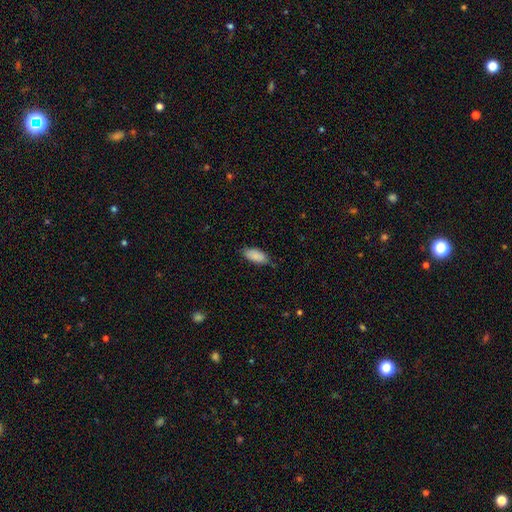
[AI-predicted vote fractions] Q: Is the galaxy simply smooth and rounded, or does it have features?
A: smooth — 87%.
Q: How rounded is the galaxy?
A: in between — 90%.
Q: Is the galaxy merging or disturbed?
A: none — 71%.